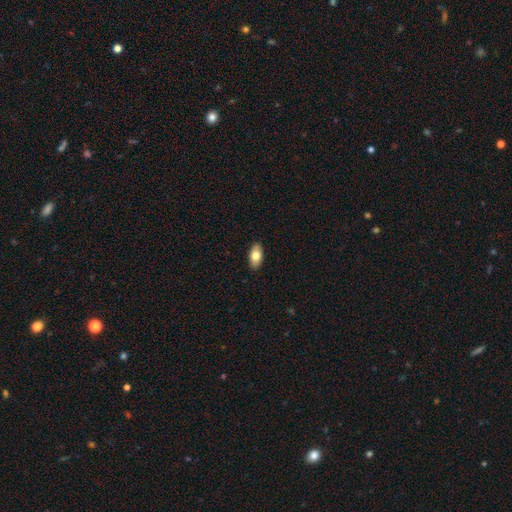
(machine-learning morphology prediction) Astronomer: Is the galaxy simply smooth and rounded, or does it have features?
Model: smooth — 77%.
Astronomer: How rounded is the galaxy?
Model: in between — 92%.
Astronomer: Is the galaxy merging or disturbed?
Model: none — 90%.